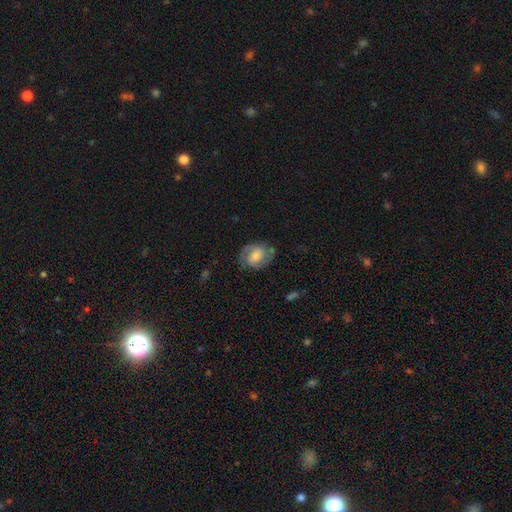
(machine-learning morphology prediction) Overall: featured or disk (63%; smooth 29%). Edge-on disk: no (97%). Bar: no (50%; weak 40%). Spiral arms: yes (90%). Spiral arm count: 2 (83%). Spiral winding: medium (47%; tight 37%). Bulge size: moderate (48%; small 33%). Merging: none (72%).